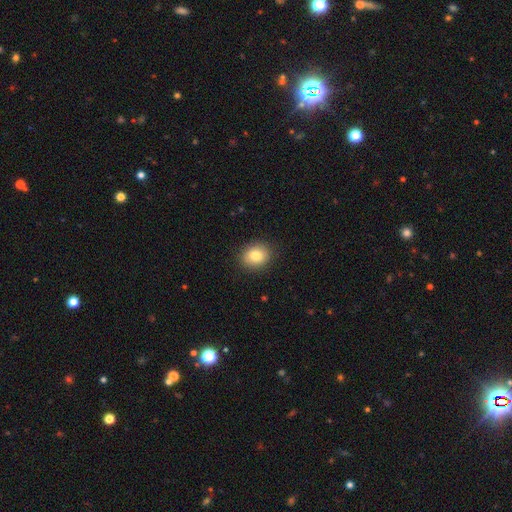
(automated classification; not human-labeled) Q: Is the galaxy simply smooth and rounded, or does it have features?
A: smooth — 83%.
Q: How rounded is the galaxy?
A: round — 60%.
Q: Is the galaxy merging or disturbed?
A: none — 89%.